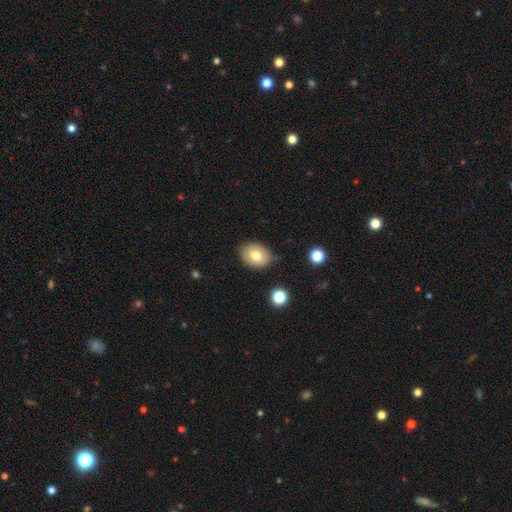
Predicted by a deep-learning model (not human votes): A smooth galaxy with no disk features (75%) that is in between round and cigar-shaped (66%).

Vote fractions:
- Smooth or featured? smooth: 75% / featured or disk: 16% / star or artifact: 9%
- How rounded? in between: 66% / round: 33% / cigar-shaped: 1%
- Merging? none: 67% / minor disturbance: 26% / major disturbance: 4% / merger: 3%